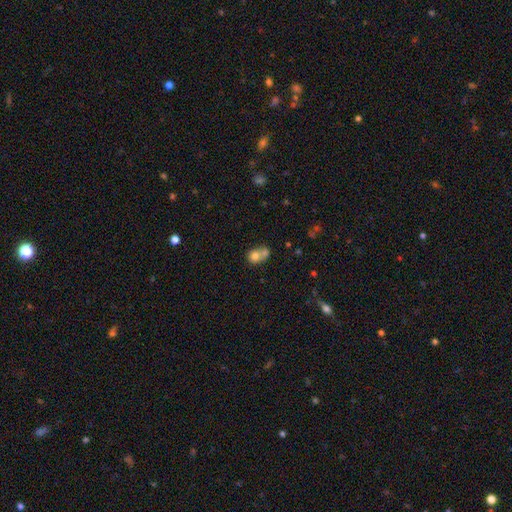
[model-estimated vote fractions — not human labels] This appears to be a smooth galaxy with no disk features (75%) that is round (67%). Merging: merger (64%).